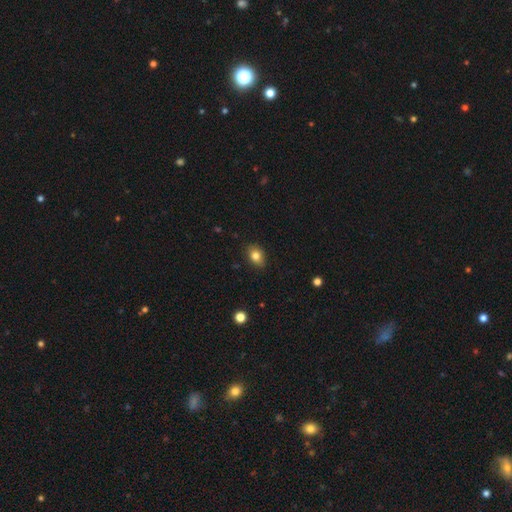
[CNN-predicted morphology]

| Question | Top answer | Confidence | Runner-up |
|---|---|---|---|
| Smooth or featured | smooth | 82% | star or artifact (10%) |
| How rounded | in between | 72% | round (27%) |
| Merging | none | 85% | minor disturbance (12%) |